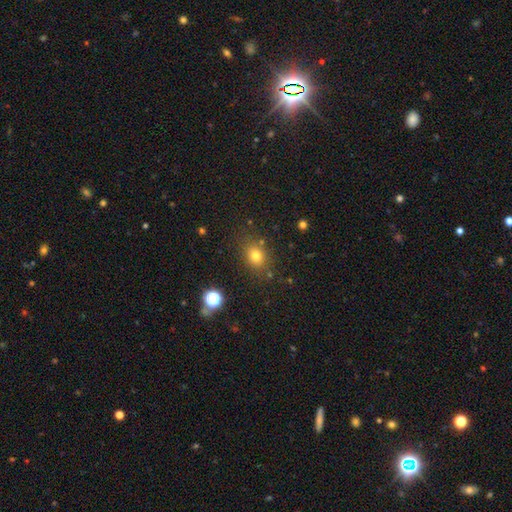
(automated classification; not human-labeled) smooth_or_featured: smooth (p=0.76) [alt: star or artifact p=0.16]
how_rounded: round (p=0.58) [alt: in between p=0.41]
merging: none (p=0.81) [alt: minor disturbance p=0.11]